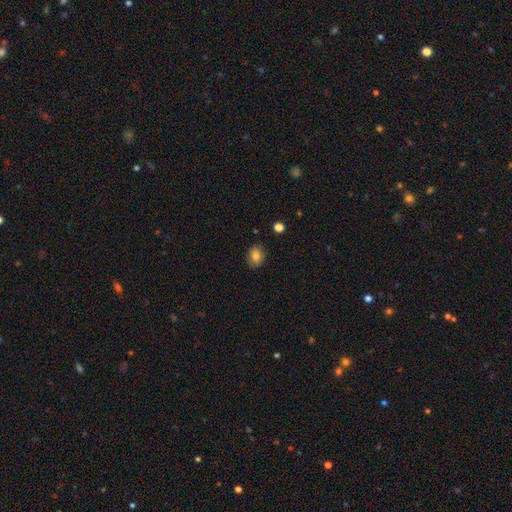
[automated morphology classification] Smooth or featured: smooth — 81% (star or artifact — 10%)
How rounded: in between — 56% (round — 43%)
Merging: none — 83% (minor disturbance — 13%)